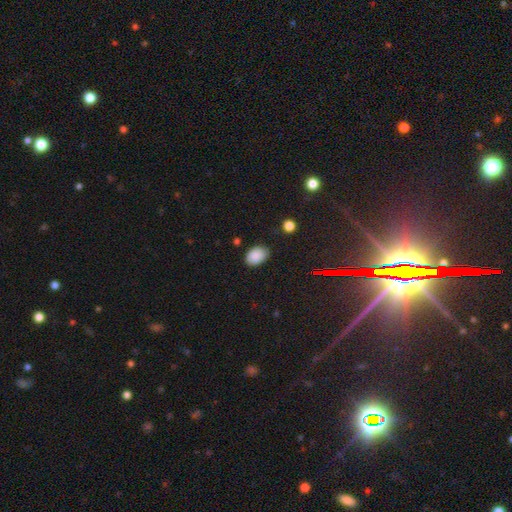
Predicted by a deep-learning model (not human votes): smooth_or_featured: smooth (p=0.87) [alt: star or artifact p=0.09]
how_rounded: in between (p=0.84) [alt: round p=0.15]
merging: none (p=0.80) [alt: minor disturbance p=0.15]